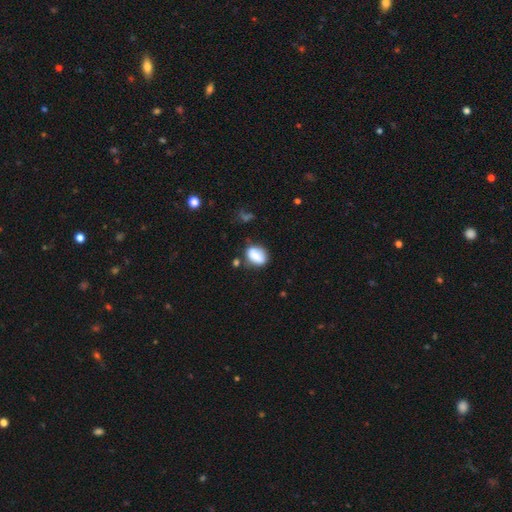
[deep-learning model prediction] smooth-or-featured: smooth: 75% | featured or disk: 16% | star or artifact: 9%
  how-rounded: in between: 71% | round: 27% | cigar-shaped: 2%
  merging: none: 62% | minor disturbance: 22% | merger: 10% | major disturbance: 6%